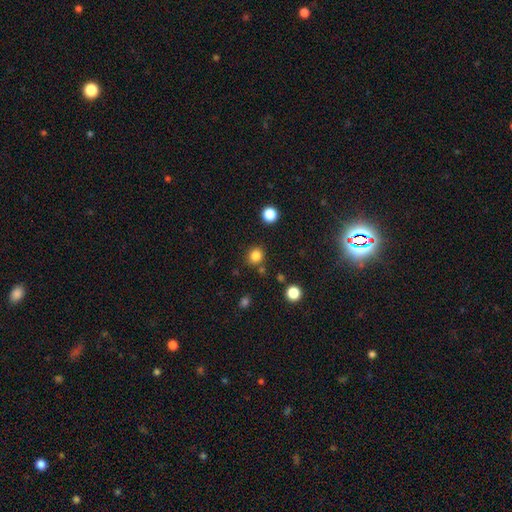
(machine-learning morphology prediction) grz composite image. It shows a smooth galaxy with no disk features (82%) that is round (85%). Merging: none (83%).